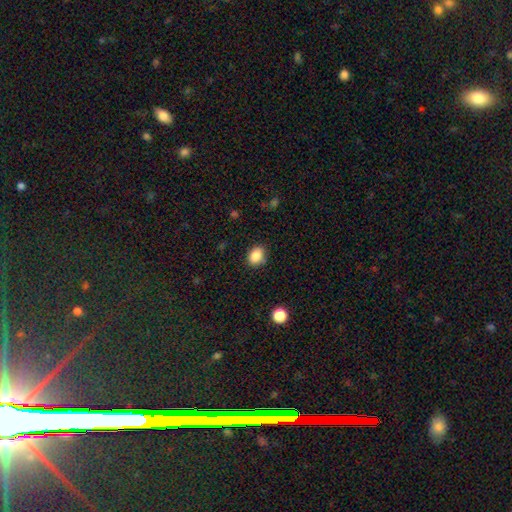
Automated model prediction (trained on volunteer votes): The model was most divided on "how rounded": in between: 57%, round: 42%, cigar-shaped: 1%. More confident: smooth or featured — smooth (86%); merging — none (83%).